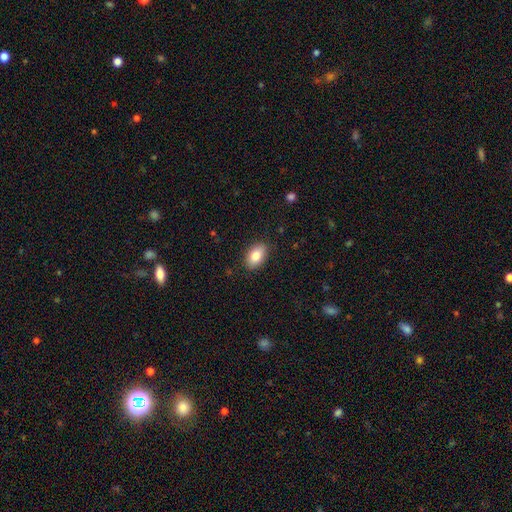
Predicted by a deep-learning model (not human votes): smooth-or-featured: smooth: 84% | featured or disk: 9% | star or artifact: 8%
  how-rounded: in between: 88% | round: 10% | cigar-shaped: 1%
  merging: none: 86% | minor disturbance: 11% | major disturbance: 2% | merger: 1%